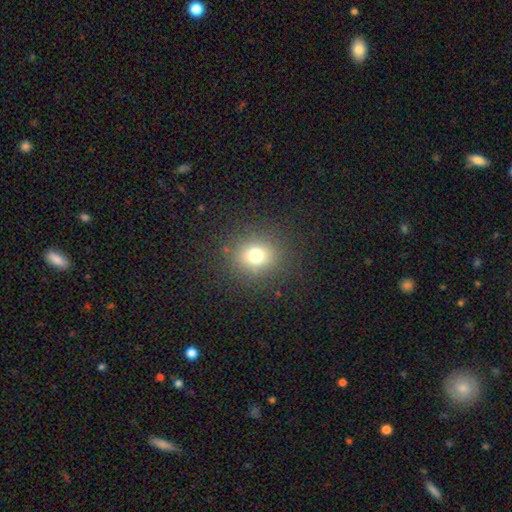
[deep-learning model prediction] Morphology: type=smooth (72%); roundness=round (78%); merging=none (86%).